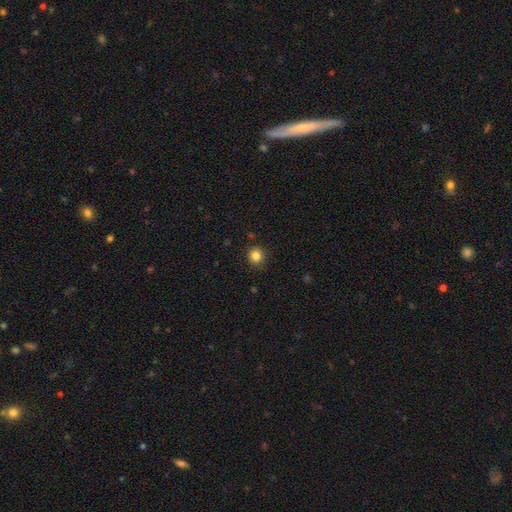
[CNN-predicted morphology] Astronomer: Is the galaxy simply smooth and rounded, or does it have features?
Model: smooth — 84%.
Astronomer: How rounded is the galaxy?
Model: round — 91%.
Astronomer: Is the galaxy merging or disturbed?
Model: none — 89%.